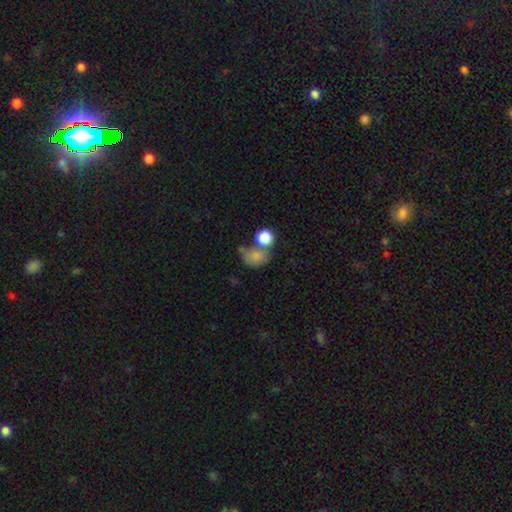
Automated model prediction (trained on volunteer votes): A smooth galaxy with no disk features (77%) that is round (56%).

Vote fractions:
- Smooth or featured? smooth: 77% / star or artifact: 12% / featured or disk: 11%
- How rounded? round: 56% / in between: 43% / cigar-shaped: 1%
- Merging? none: 37% / merger: 36% / minor disturbance: 16% / major disturbance: 11%